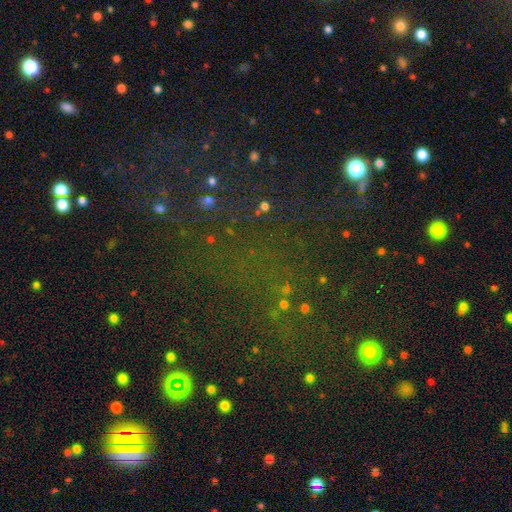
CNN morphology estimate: A star or artifact, not a galaxy (62%).